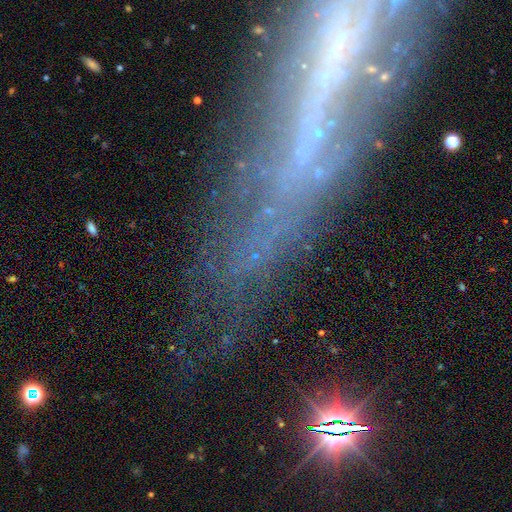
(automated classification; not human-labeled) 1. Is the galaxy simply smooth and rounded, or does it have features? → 49% star or artifact, 33% featured or disk, 18% smooth.